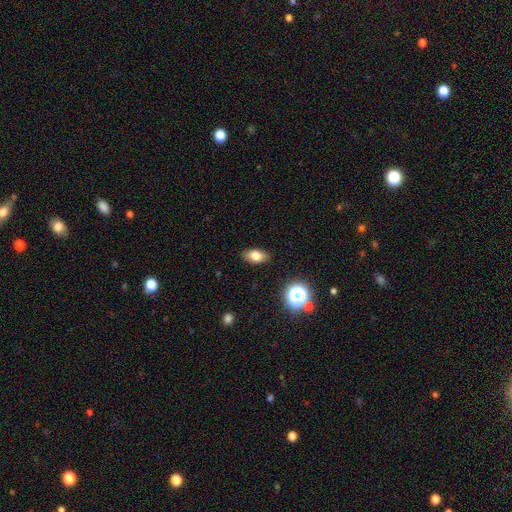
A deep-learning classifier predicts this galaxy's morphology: A smooth galaxy with no disk features (77%) that is in between round and cigar-shaped (85%).

Vote fractions:
- Smooth or featured? smooth: 77% / featured or disk: 12% / star or artifact: 11%
- How rounded? in between: 85% / round: 9% / cigar-shaped: 5%
- Merging? none: 87% / minor disturbance: 9% / major disturbance: 2% / merger: 1%